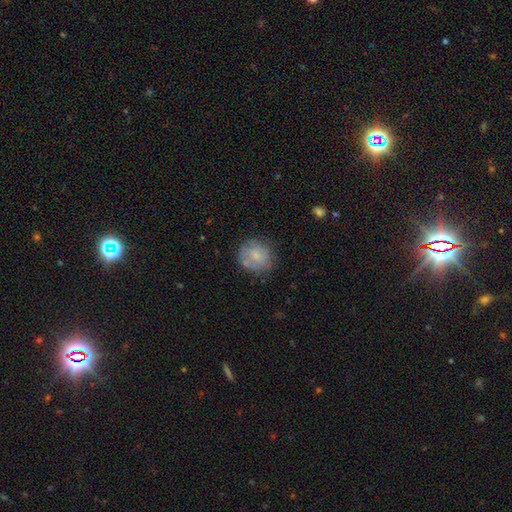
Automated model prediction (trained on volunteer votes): Overall: smooth (65%; featured or disk 26%). How rounded: round (78%). Merging: none (65%).